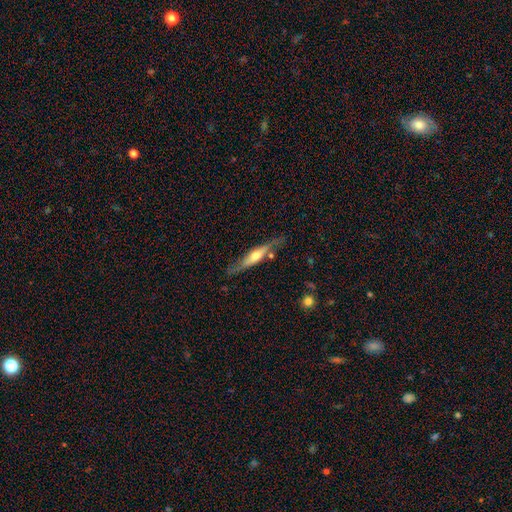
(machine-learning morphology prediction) Smooth or featured?
  - featured or disk: 61% *
  - smooth: 34%
  - star or artifact: 5%
Edge-on disk?
  - yes: 79% *
  - no: 21%
Merging?
  - none: 69% *
  - minor disturbance: 20%
  - major disturbance: 6%
  - merger: 5%